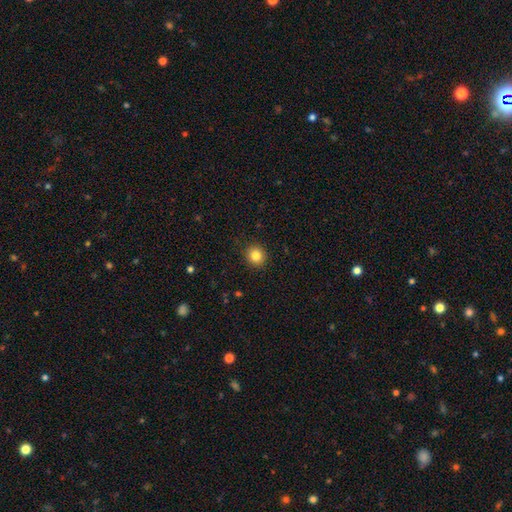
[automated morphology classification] Overall: smooth (84%). How rounded: round (89%). Merging: none (91%).